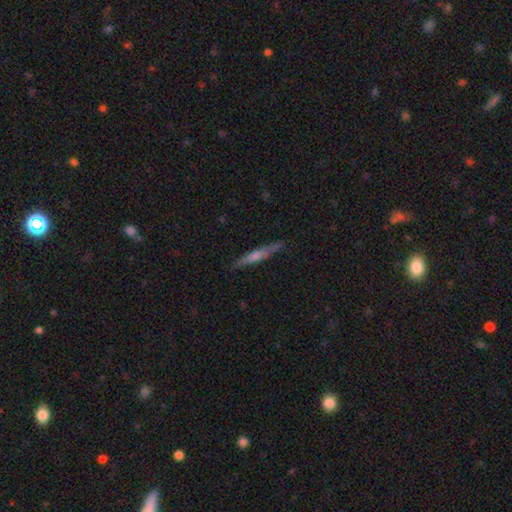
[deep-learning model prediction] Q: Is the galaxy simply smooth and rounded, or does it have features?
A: featured or disk — 57%.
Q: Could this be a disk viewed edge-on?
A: yes — 96%.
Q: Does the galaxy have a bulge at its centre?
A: rounded — 62%.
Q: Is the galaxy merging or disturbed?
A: none — 86%.